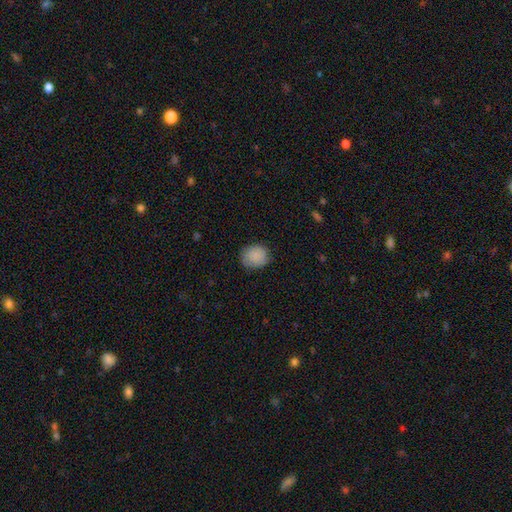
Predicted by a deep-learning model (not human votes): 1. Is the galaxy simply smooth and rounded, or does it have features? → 87% smooth, 8% star or artifact, 5% featured or disk.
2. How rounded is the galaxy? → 72% round, 27% in between, 1% cigar-shaped.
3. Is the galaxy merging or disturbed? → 79% none, 17% minor disturbance, 3% major disturbance, 1% merger.